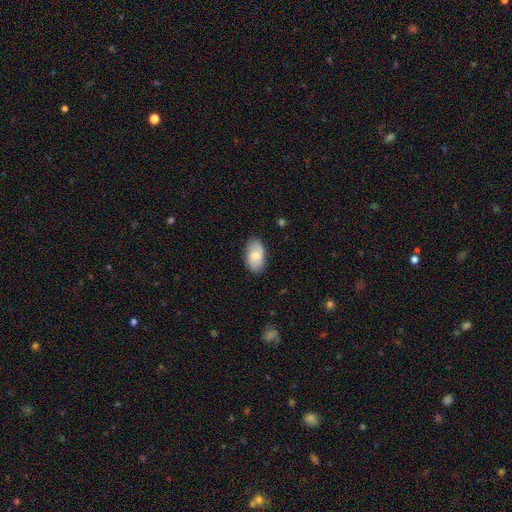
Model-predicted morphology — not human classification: This is likely a smooth galaxy (67%). How rounded: clearly in between (94%). Merging: clearly none (82%).